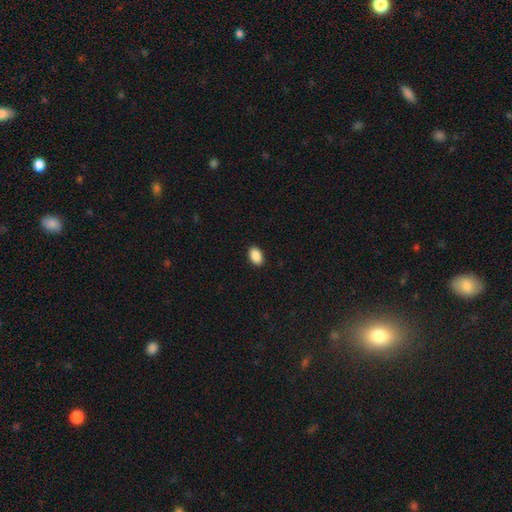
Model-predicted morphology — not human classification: Smooth or featured: smooth — 90% (star or artifact — 7%)
How rounded: in between — 91% (round — 8%)
Merging: none — 91% (minor disturbance — 7%)